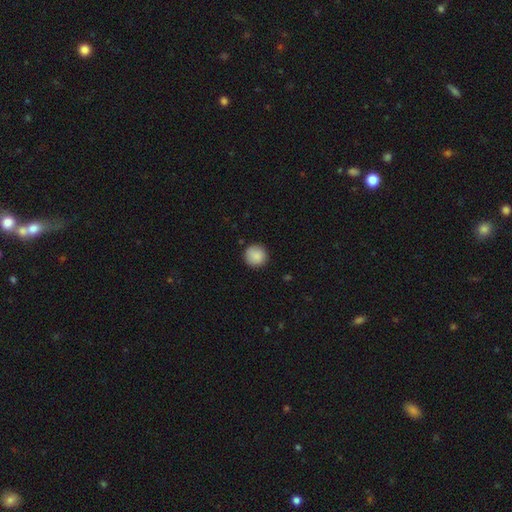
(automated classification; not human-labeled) Q: Smooth or featured?
A: smooth (88%); runner-up: star or artifact (8%)
Q: How rounded?
A: round (95%); runner-up: in between (4%)
Q: Merging?
A: none (89%); runner-up: minor disturbance (8%)